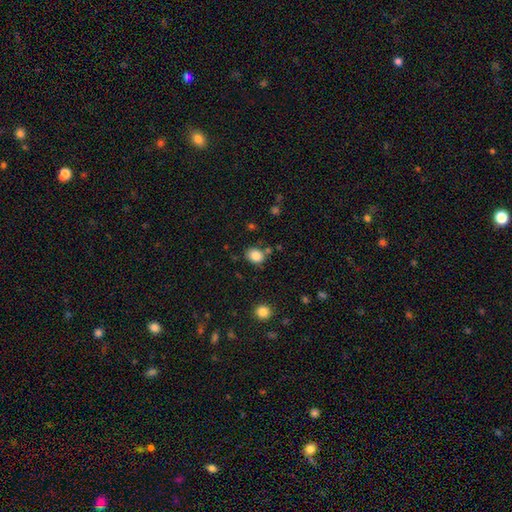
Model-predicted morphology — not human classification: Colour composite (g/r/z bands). It shows a smooth galaxy with no disk features (85%) that is in between round and cigar-shaped (52%). Merging: none (74%).